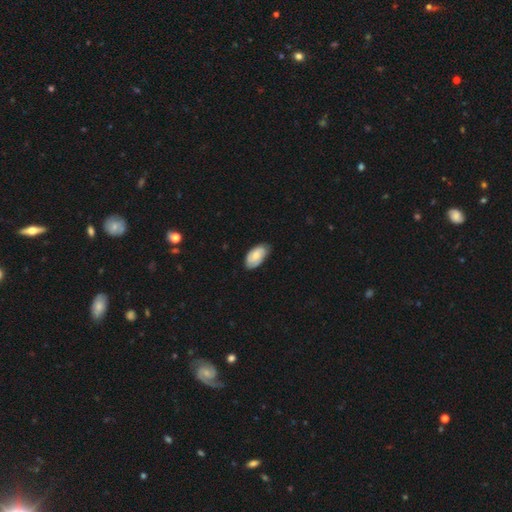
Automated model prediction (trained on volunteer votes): This appears to be a smooth galaxy with no disk features (66%) that is in between round and cigar-shaped (95%). Merging: none (74%).